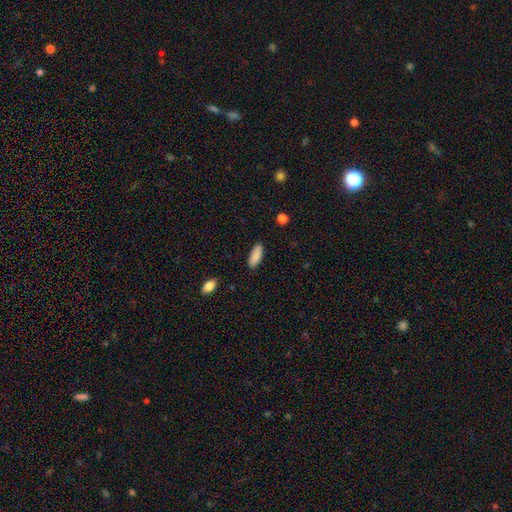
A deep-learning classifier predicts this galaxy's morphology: type=smooth (89%); roundness=in between (71%); merging=none (88%).